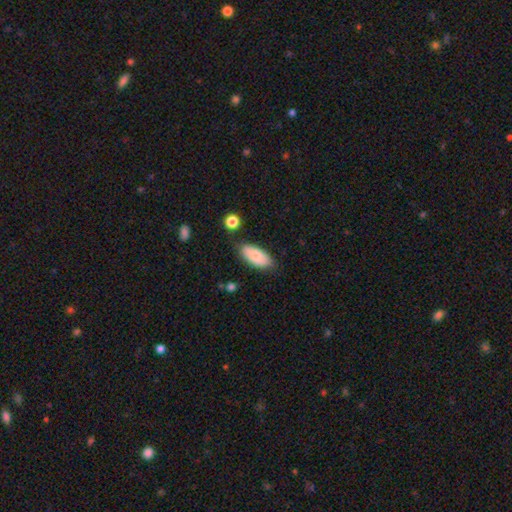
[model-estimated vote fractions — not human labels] Overall: smooth (79%). How rounded: in between (90%). Merging: none (75%).